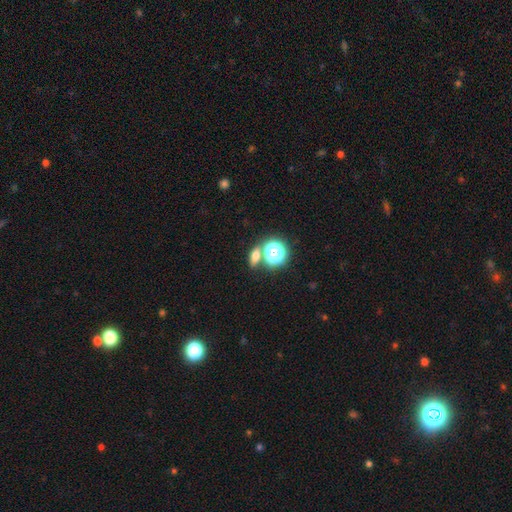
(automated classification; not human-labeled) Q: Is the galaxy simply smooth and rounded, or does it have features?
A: smooth — 61%.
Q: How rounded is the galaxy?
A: in between — 53%.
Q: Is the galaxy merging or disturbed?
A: none — 70%.